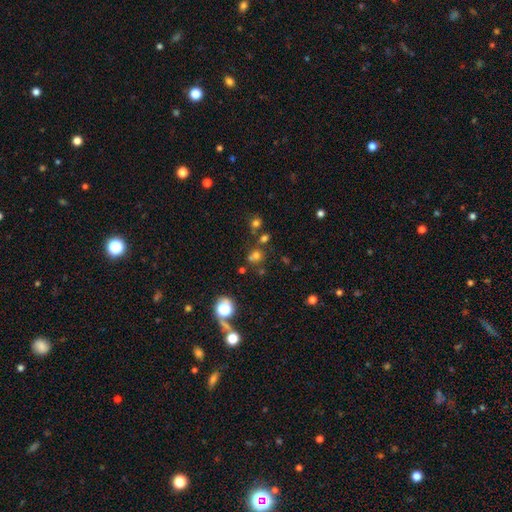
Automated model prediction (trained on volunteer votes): The model was most divided on "smooth or featured": smooth: 58%, star or artifact: 30%, featured or disk: 12%. More confident: how rounded — round (83%); merging — none (60%).